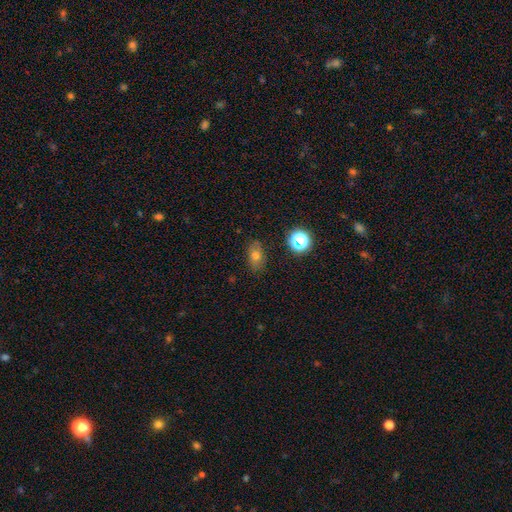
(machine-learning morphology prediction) A smooth galaxy with no disk features (69%) that is in between round and cigar-shaped (77%).

Vote fractions:
- Smooth or featured? smooth: 69% / star or artifact: 16% / featured or disk: 15%
- How rounded? in between: 77% / round: 21% / cigar-shaped: 3%
- Merging? none: 81% / minor disturbance: 14% / major disturbance: 3% / merger: 2%